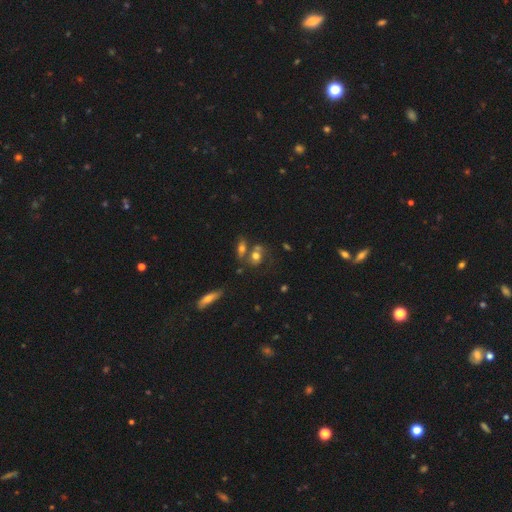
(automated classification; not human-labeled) smooth-or-featured: smooth: 60% | featured or disk: 25% | star or artifact: 15%
  how-rounded: in between: 51% | round: 44% | cigar-shaped: 5%
  merging: merger: 42% | none: 38% | minor disturbance: 12% | major disturbance: 8%